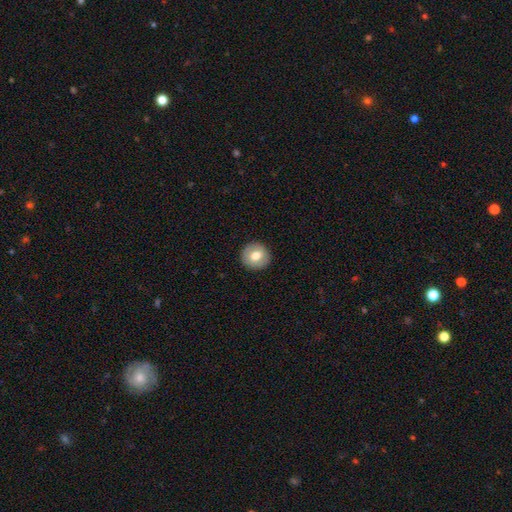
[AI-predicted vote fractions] This appears to be a smooth galaxy with no disk features (71%) that is round (93%). Merging: none (91%).